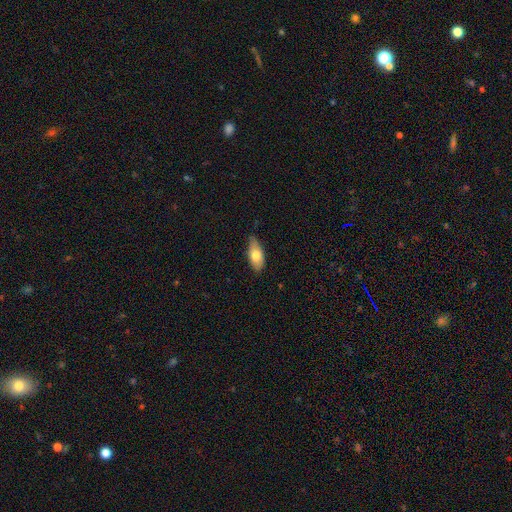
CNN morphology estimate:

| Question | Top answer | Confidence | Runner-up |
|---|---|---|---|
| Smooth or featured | smooth | 74% | featured or disk (20%) |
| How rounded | in between | 86% | cigar-shaped (11%) |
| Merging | none | 69% | minor disturbance (26%) |